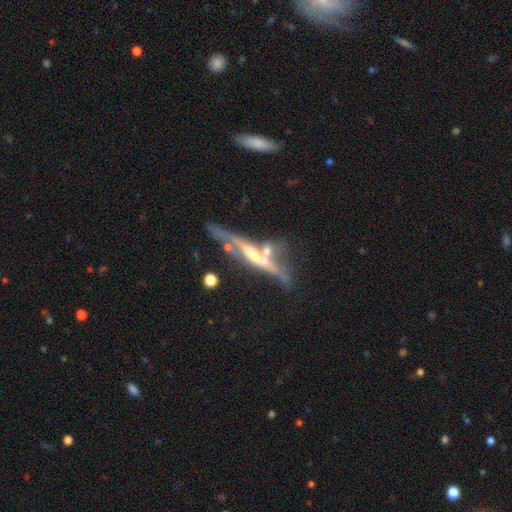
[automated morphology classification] Q: Smooth or featured?
A: featured or disk (71%); runner-up: smooth (22%)
Q: Edge-on disk?
A: yes (83%); runner-up: no (17%)
Q: Edge-on bulge?
A: rounded (45%); runner-up: none (31%)
Q: Merging?
A: none (41%); runner-up: merger (28%)